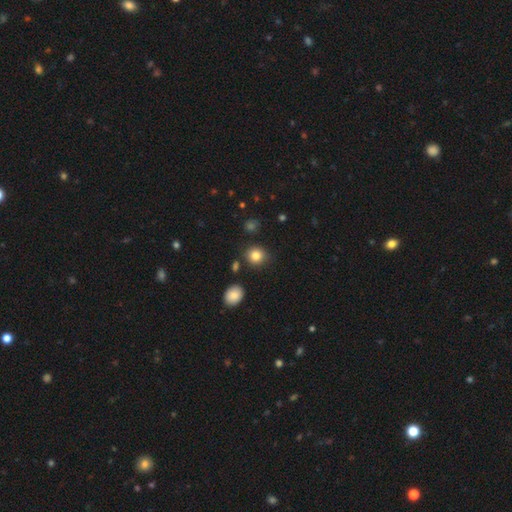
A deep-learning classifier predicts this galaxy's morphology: This is clearly a smooth galaxy (83%). How rounded: clearly round (84%). Merging: clearly none (86%).